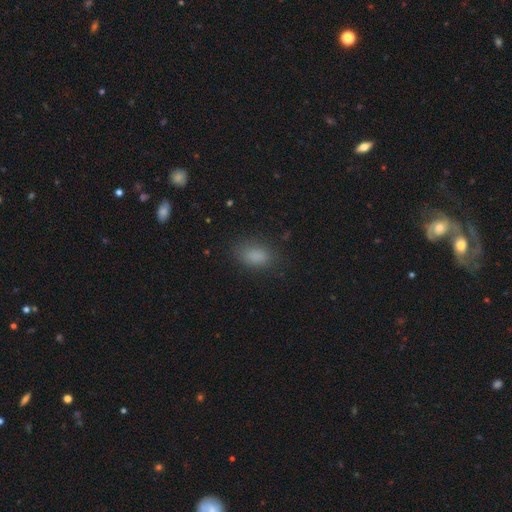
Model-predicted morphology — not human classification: type=smooth (85%); roundness=in between (87%); merging=none (80%).